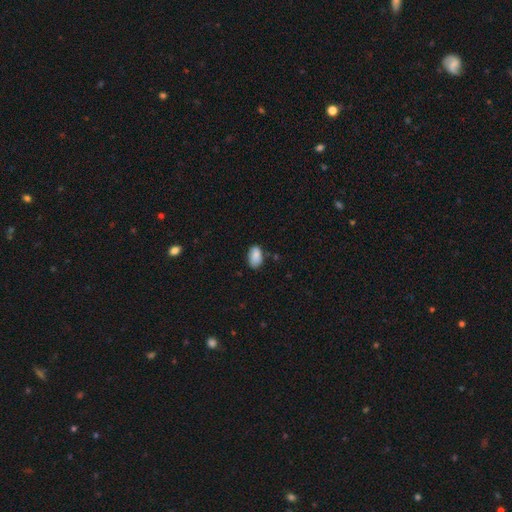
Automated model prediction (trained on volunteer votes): smooth 87%, star or artifact 7%, featured or disk 6%. Down the decision tree: how rounded — in between (93%); merging — none (74%).